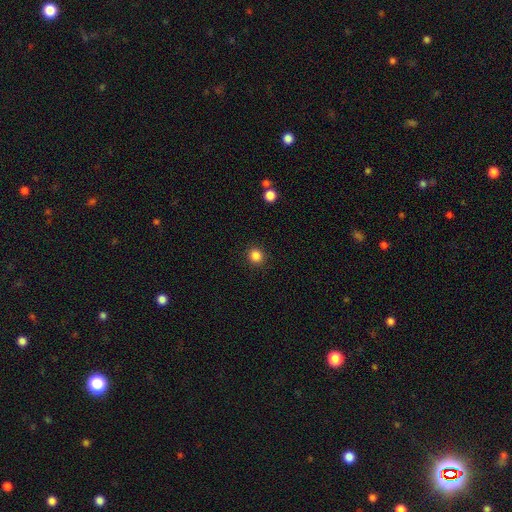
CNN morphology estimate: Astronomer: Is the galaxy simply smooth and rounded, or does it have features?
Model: smooth — 86%.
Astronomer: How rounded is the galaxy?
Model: round — 90%.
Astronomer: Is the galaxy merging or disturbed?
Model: none — 91%.